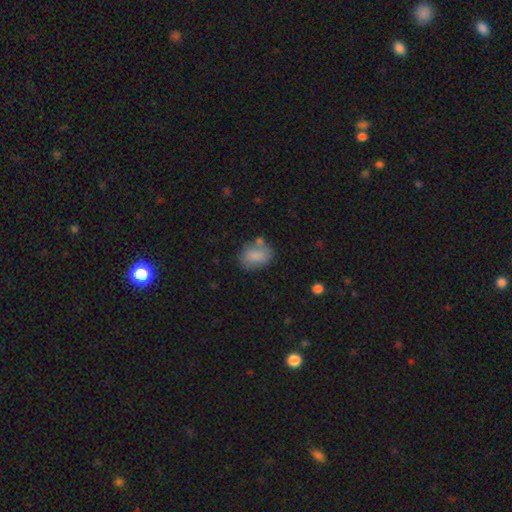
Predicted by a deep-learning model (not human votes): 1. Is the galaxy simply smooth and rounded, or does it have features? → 79% smooth, 13% featured or disk, 9% star or artifact.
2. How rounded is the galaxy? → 69% in between, 29% round, 2% cigar-shaped.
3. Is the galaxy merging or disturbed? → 61% none, 21% minor disturbance, 11% merger, 7% major disturbance.